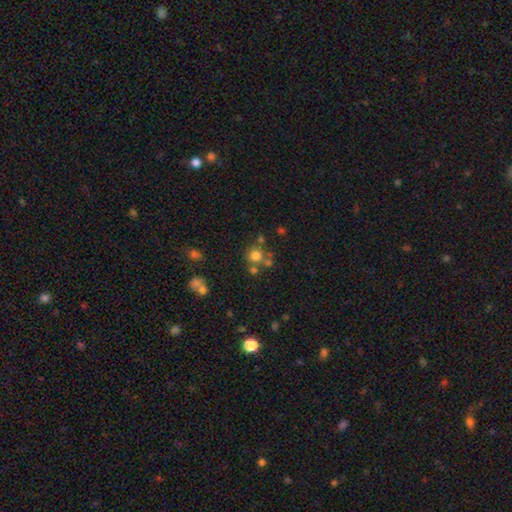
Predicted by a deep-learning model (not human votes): A smooth galaxy with no disk features (72%) that is round (91%). Merging: none (64%).